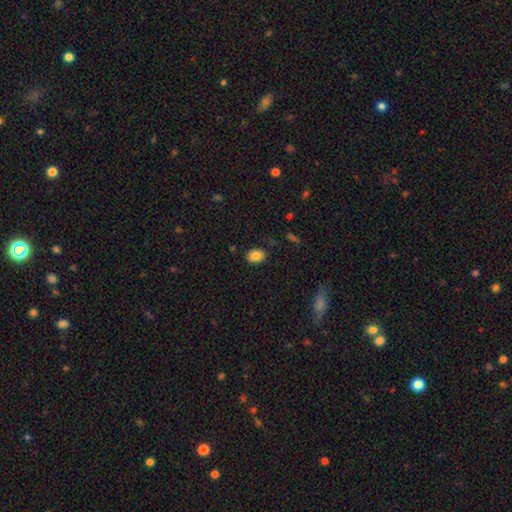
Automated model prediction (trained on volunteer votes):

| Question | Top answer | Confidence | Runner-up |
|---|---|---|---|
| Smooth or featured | smooth | 85% | star or artifact (9%) |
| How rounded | in between | 72% | round (27%) |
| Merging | none | 84% | minor disturbance (11%) |